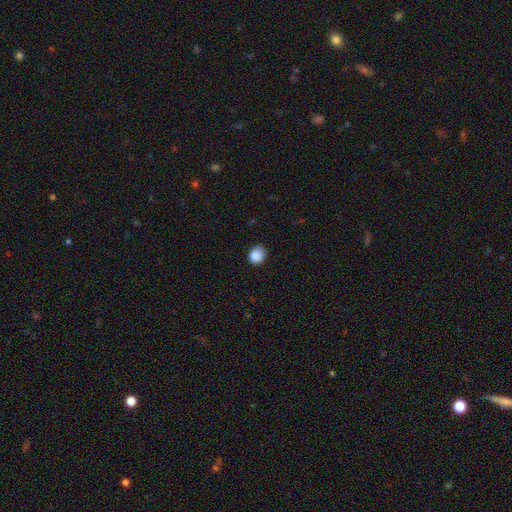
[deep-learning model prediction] This is clearly a smooth galaxy (87%). How rounded: likely round (63%). Merging: likely none (72%).